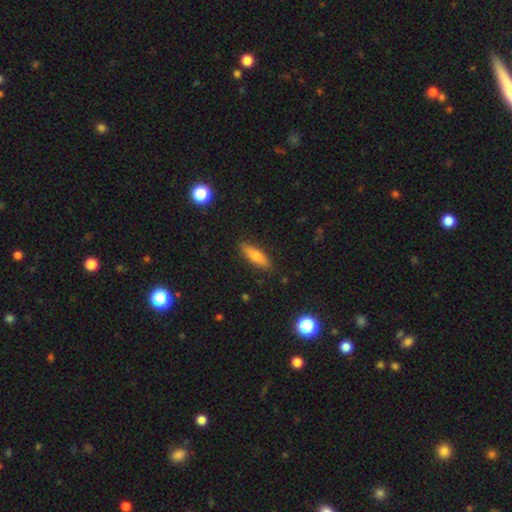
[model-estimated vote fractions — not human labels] This is likely a smooth galaxy (67%). How rounded: likely cigar-shaped (61%). Merging: clearly none (87%).